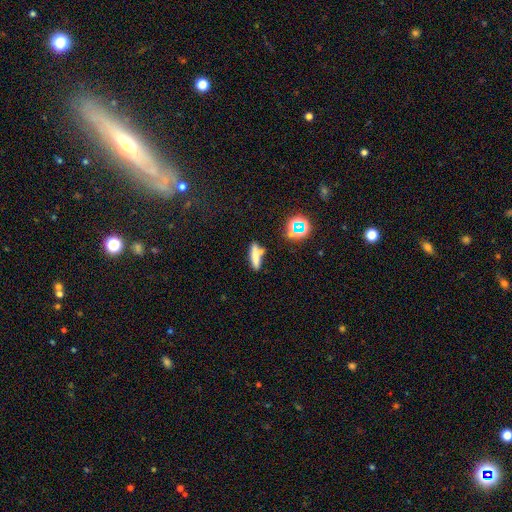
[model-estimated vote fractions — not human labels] This appears to be a smooth galaxy with no disk features (67%) that is cigar-shaped (69%). Merging: none (60%).